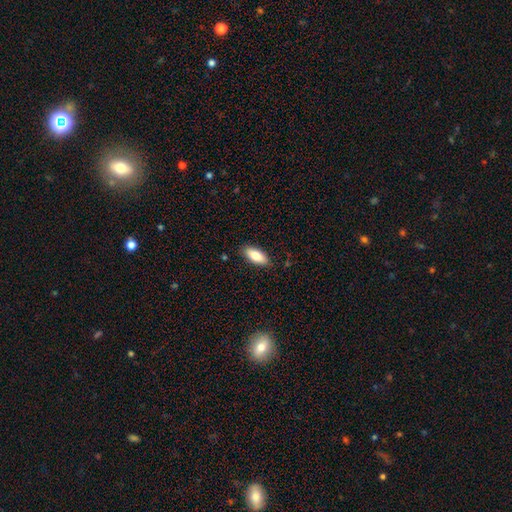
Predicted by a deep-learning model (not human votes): Smooth or featured? smooth (81%)
How rounded? in between (83%)
Merging? none (87%)